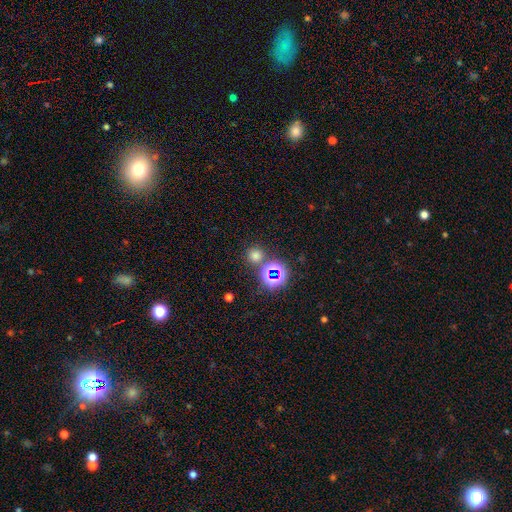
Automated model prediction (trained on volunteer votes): Smooth or featured: smooth — 66% (star or artifact — 29%)
How rounded: round — 91% (in between — 8%)
Merging: none — 77% (merger — 12%)